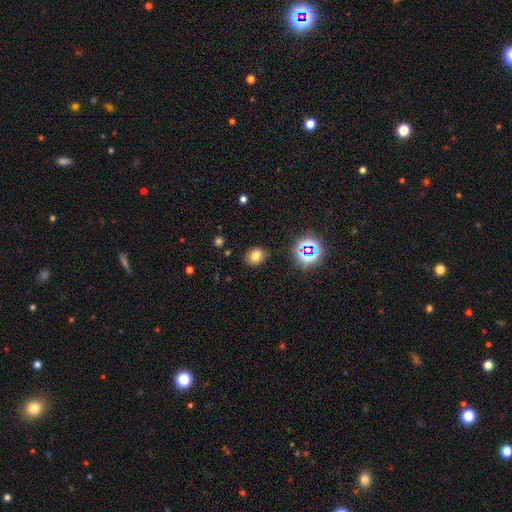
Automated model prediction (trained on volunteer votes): Overall: smooth (72%). How rounded: in between (51%; round 48%). Merging: none (86%).